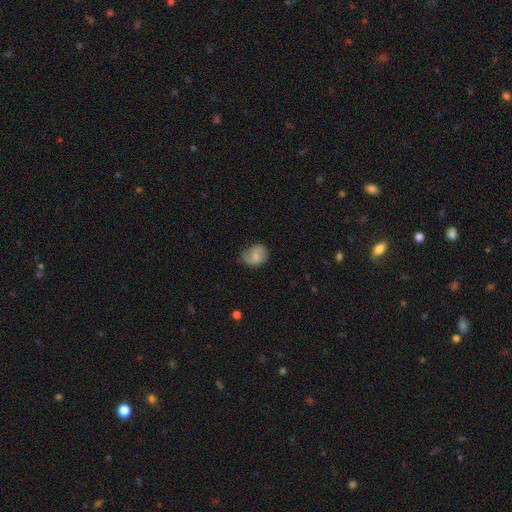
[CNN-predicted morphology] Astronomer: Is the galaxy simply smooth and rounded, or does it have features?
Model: smooth — 59%.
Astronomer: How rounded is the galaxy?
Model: round — 59% (runner-up: in between, 40%).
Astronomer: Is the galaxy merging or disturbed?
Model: none — 59%.